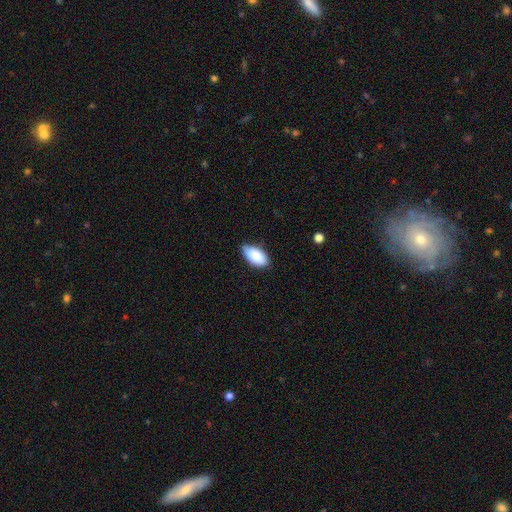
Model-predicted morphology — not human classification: This appears to be a smooth galaxy with no disk features (87%) that is in between round and cigar-shaped (95%). Merging: none (67%).